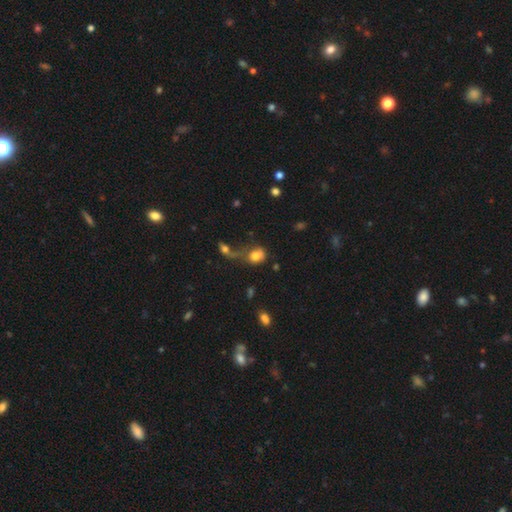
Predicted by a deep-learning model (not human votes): smooth 73%, featured or disk 15%, star or artifact 12%. Down the decision tree: how rounded — in between (55%); merging — merger (34%).